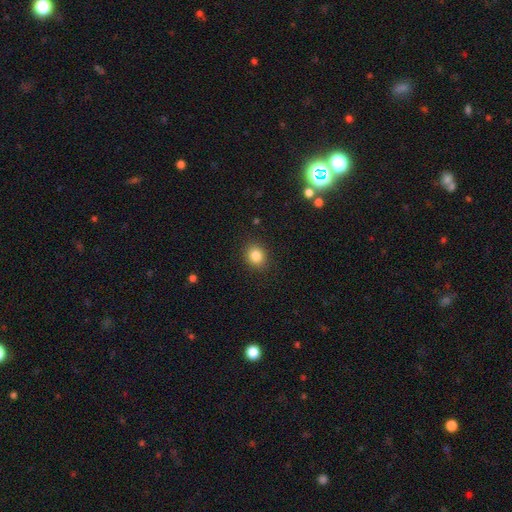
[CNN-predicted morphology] Smooth or featured: smooth — 84% (star or artifact — 10%)
How rounded: round — 68% (in between — 32%)
Merging: none — 89% (minor disturbance — 8%)